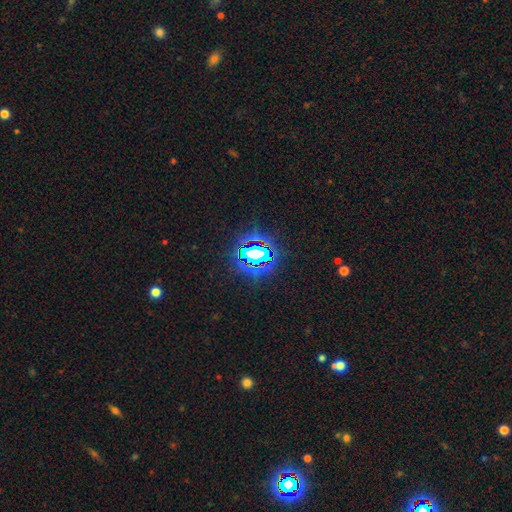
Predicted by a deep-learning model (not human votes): Q: Smooth or featured?
A: star or artifact (74%); runner-up: smooth (15%)